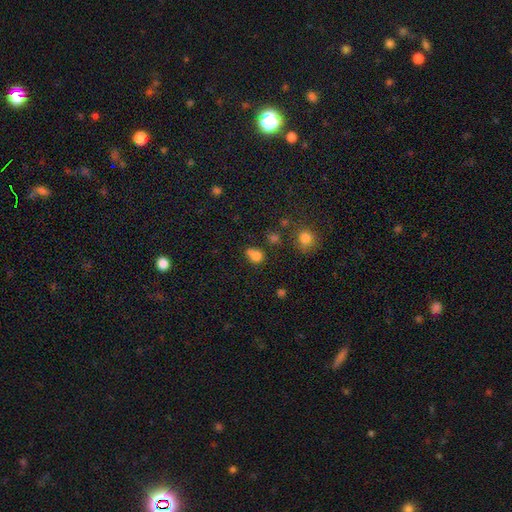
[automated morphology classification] type=smooth (78%); roundness=round (55%); merging=none (46%).